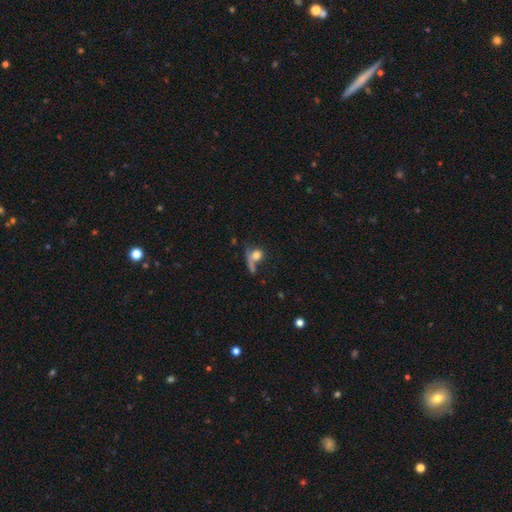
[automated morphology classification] A smooth galaxy with no disk features (69%) that is round (64%). Merging: none (33%).